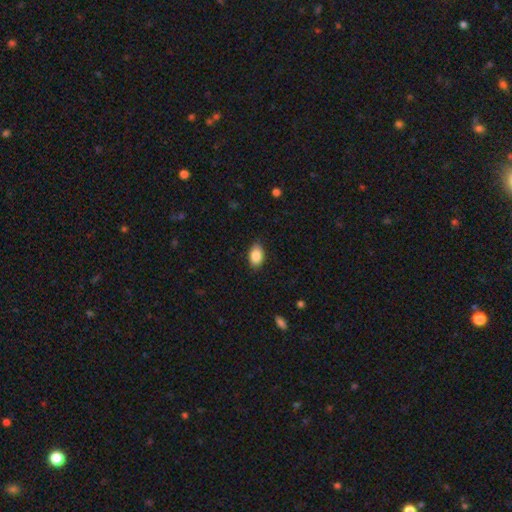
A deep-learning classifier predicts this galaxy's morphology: The model was most divided on "merging": none: 85%, minor disturbance: 11%, major disturbance: 2%, merger: 1%. More confident: how rounded — in between (90%); smooth or featured — smooth (88%).